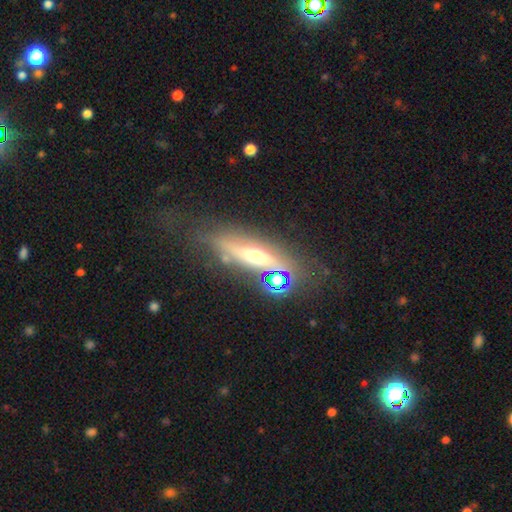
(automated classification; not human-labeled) Overall: featured or disk (55%; smooth 30%). Edge-on disk: yes (71%). Merging: none (62%).